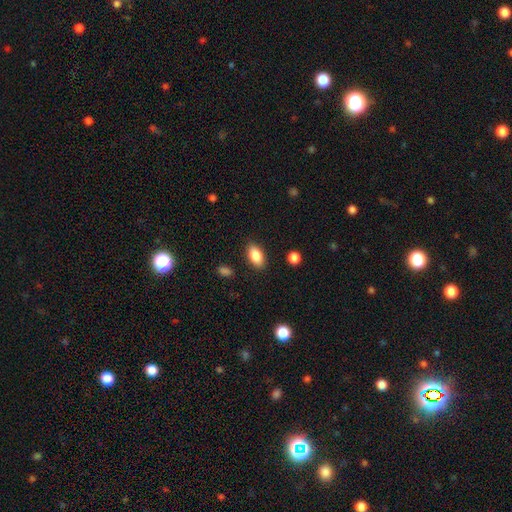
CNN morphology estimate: A smooth galaxy with no disk features (86%) that is in between round and cigar-shaped (90%).

Vote fractions:
- Smooth or featured? smooth: 86% / star or artifact: 7% / featured or disk: 7%
- How rounded? in between: 90% / round: 5% / cigar-shaped: 5%
- Merging? none: 87% / minor disturbance: 9% / major disturbance: 3% / merger: 1%